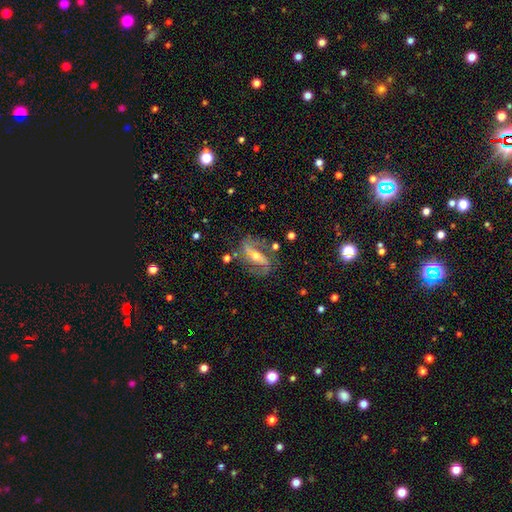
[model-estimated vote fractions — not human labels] Smooth or featured? Predicted: featured or disk (p=0.82). Edge-on disk? Predicted: no (p=0.91). Bar? Predicted: strong (p=0.54). Spiral arms? Predicted: yes (p=0.88). Spiral winding? Predicted: medium (p=0.41). Spiral arm count? Predicted: 2 (p=0.83). Bulge size? Predicted: small (p=0.53). Merging? Predicted: none (p=0.69).